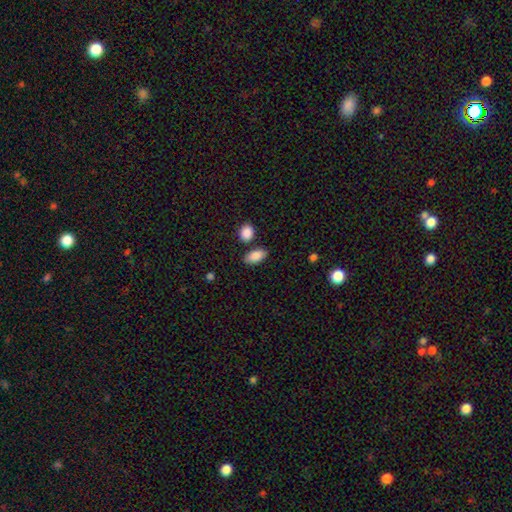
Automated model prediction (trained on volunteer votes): Smooth or featured? Predicted: smooth (p=0.88). How rounded? Predicted: in between (p=0.90). Merging? Predicted: none (p=0.78).